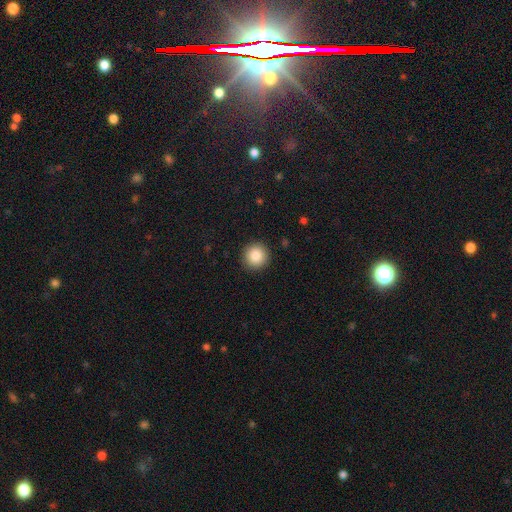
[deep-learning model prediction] Smooth or featured? smooth (87%)
How rounded? round (95%)
Merging? none (92%)